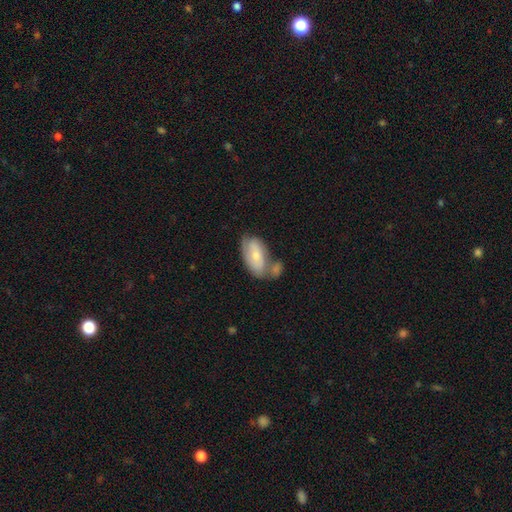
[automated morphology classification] Smooth or featured: smooth — 54% (featured or disk — 40%)
How rounded: in between — 91% (round — 5%)
Merging: none — 36% (merger — 35%)